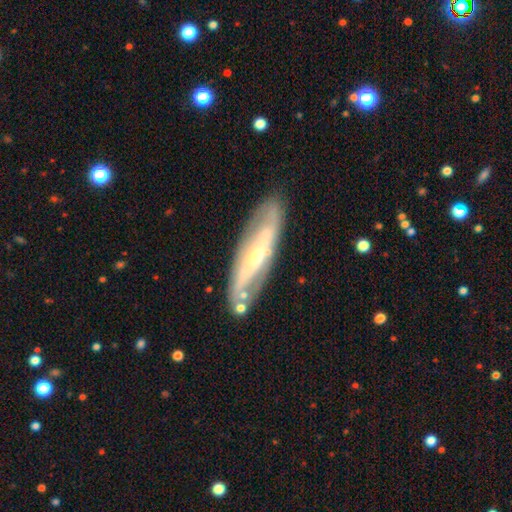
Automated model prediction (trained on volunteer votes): Smooth or featured? Predicted: featured or disk (p=0.72). Edge-on disk? Predicted: no (p=0.66). Merging? Predicted: none (p=0.78).